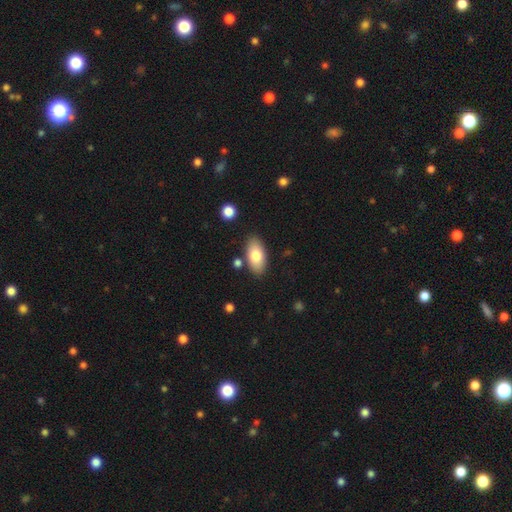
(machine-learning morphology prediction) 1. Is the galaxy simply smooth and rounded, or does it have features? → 77% smooth, 16% featured or disk, 6% star or artifact.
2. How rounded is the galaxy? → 92% in between, 5% cigar-shaped, 3% round.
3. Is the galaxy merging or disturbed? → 84% none, 10% minor disturbance, 4% merger, 2% major disturbance.